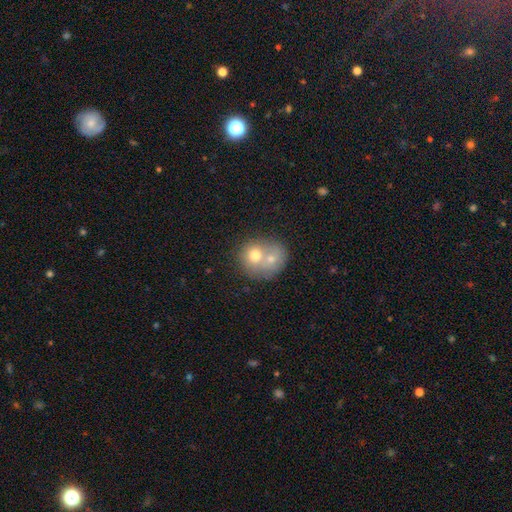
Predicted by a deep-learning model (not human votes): A smooth galaxy with no disk features (65%) that is round (74%). Merging: merger (70%).